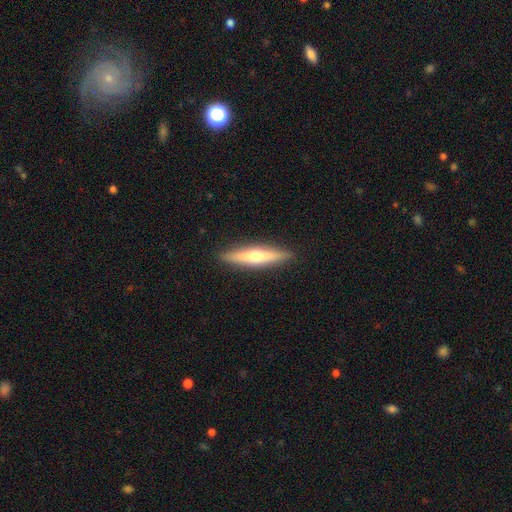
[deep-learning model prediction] smooth-or-featured: featured or disk: 57% | smooth: 38% | star or artifact: 6%
  disk-edge-on: yes: 95% | no: 5%
    edge-on-bulge: rounded: 89% | none: 7% | boxy: 3%
  merging: none: 91% | minor disturbance: 6% | major disturbance: 1% | merger: 1%